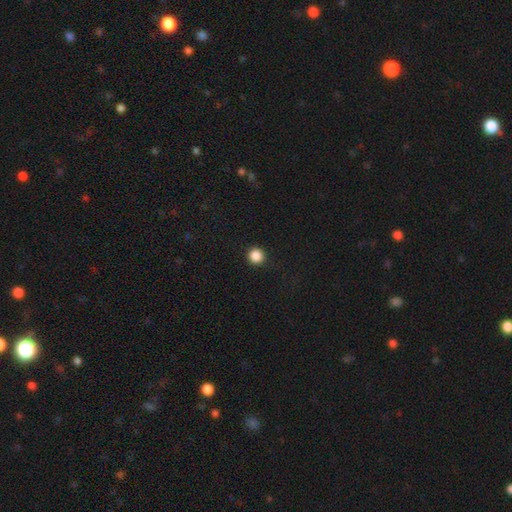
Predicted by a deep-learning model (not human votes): This is clearly a smooth galaxy (87%). How rounded: clearly round (95%). Merging: clearly none (93%).